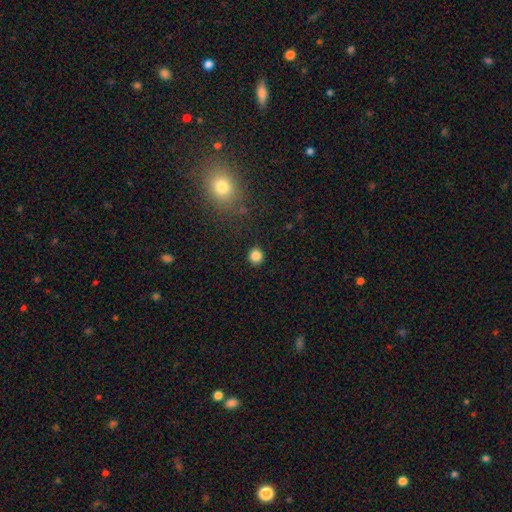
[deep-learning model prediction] This appears to be a smooth galaxy with no disk features (84%) that is round (93%). Merging: none (91%).